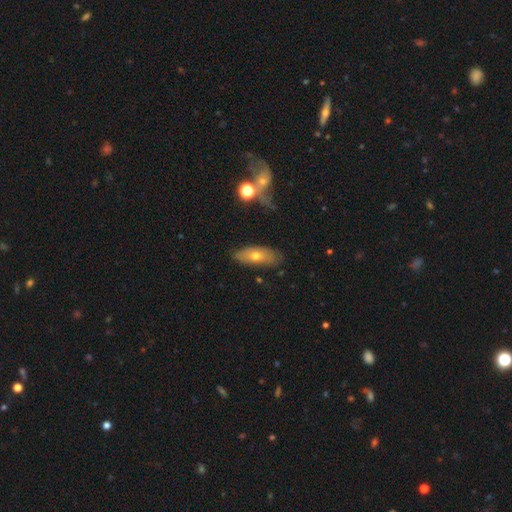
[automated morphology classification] A smooth galaxy with no disk features (60%) that is in between round and cigar-shaped (79%).

Vote fractions:
- Smooth or featured? smooth: 60% / featured or disk: 32% / star or artifact: 8%
- How rounded? in between: 79% / cigar-shaped: 17% / round: 4%
- Merging? none: 69% / minor disturbance: 22% / major disturbance: 7% / merger: 3%